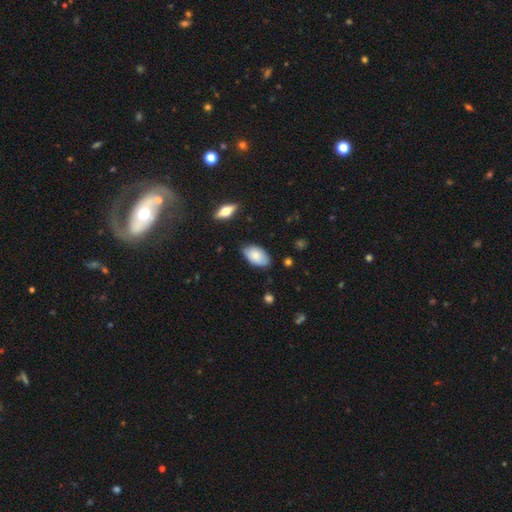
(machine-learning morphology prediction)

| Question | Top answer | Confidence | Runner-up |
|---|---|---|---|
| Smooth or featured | smooth | 81% | featured or disk (13%) |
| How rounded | in between | 95% | round (4%) |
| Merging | none | 76% | minor disturbance (20%) |